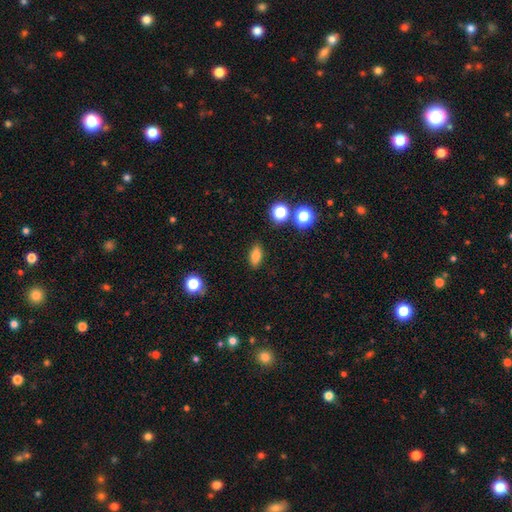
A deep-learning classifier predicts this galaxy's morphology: Smooth or featured?
  - smooth: 78% *
  - star or artifact: 12%
  - featured or disk: 10%
How rounded?
  - in between: 82% *
  - cigar-shaped: 10%
  - round: 8%
Merging?
  - none: 87% *
  - minor disturbance: 9%
  - major disturbance: 2%
  - merger: 2%